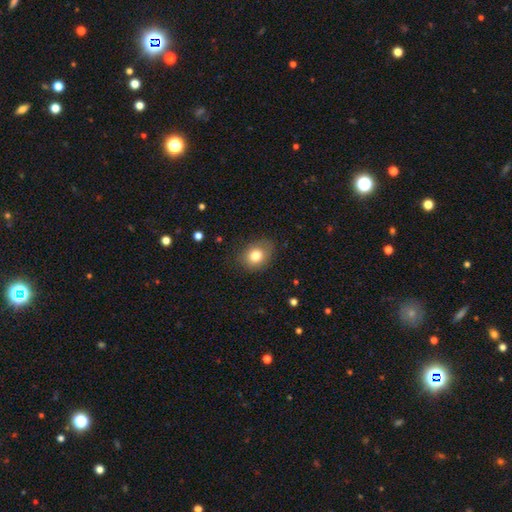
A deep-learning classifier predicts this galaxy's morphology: Q: Smooth or featured?
A: smooth (81%); runner-up: featured or disk (10%)
Q: How rounded?
A: in between (54%); runner-up: round (45%)
Q: Merging?
A: none (77%); runner-up: minor disturbance (17%)